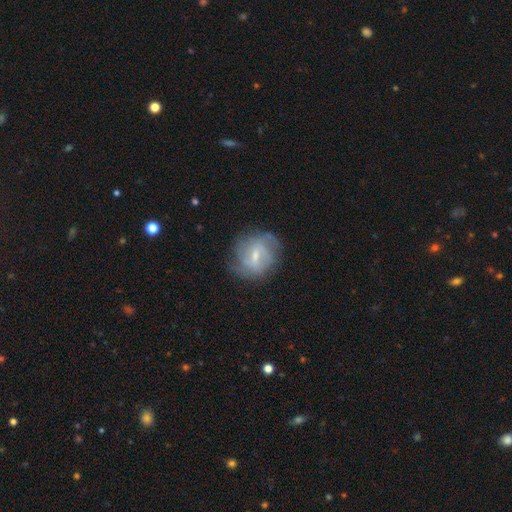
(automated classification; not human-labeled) smooth-or-featured: featured or disk: 64% | smooth: 29% | star or artifact: 8%
  disk-edge-on: no: 96% | yes: 4%
    bar: weak: 58% | strong: 21% | no: 20%
    has-spiral-arms: yes: 75% | no: 25%
    bulge-size: small: 50% | moderate: 40% | none: 7% | large: 2% | dominant: 1%
  merging: none: 66% | minor disturbance: 22% | major disturbance: 10% | merger: 2%